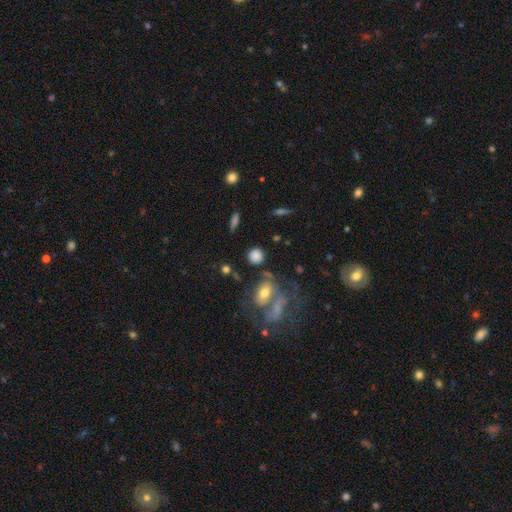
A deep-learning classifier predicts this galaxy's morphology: smooth 80%, star or artifact 11%, featured or disk 9%. Down the decision tree: how rounded — round (83%); merging — none (74%).